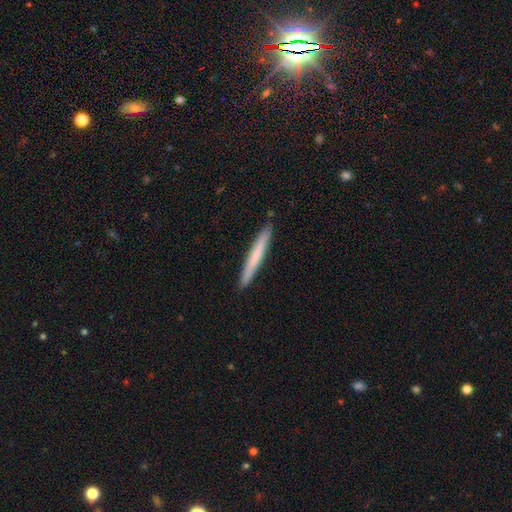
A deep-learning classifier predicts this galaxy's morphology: Overall: smooth (64%; featured or disk 31%). How rounded: cigar-shaped (97%). Merging: none (92%).